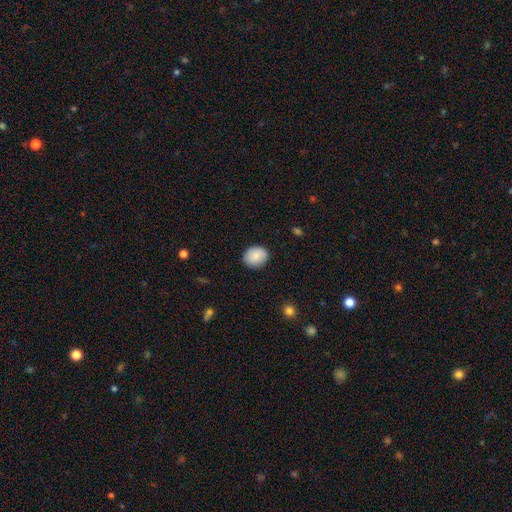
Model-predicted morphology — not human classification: smooth 88%, star or artifact 7%, featured or disk 5%. Down the decision tree: how rounded — round (68%); merging — none (88%).